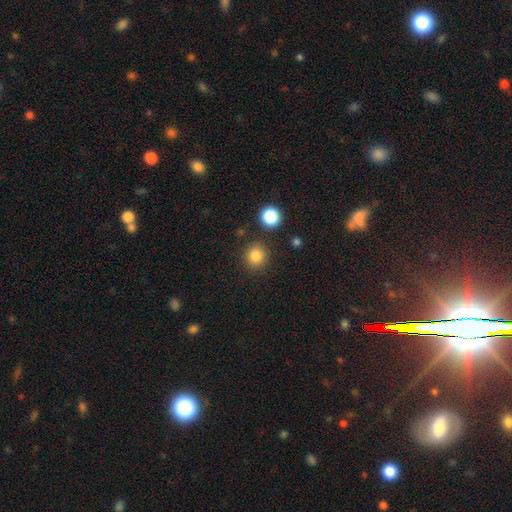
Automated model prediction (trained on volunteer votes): Overall: smooth (84%). How rounded: round (92%). Merging: none (86%).